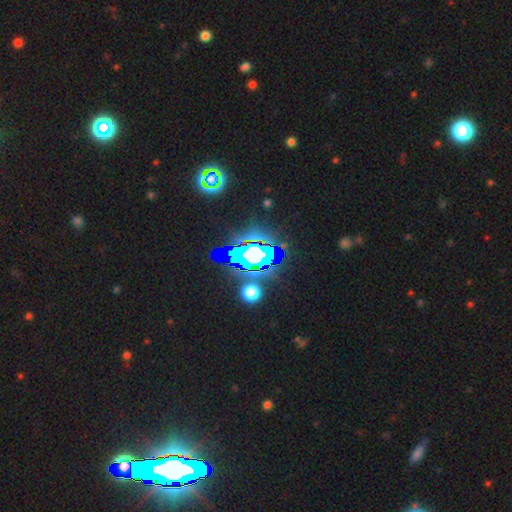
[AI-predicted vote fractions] A star or artifact, not a galaxy (74%).

Vote fractions:
- Smooth or featured? star or artifact: 74% / smooth: 13% / featured or disk: 13%